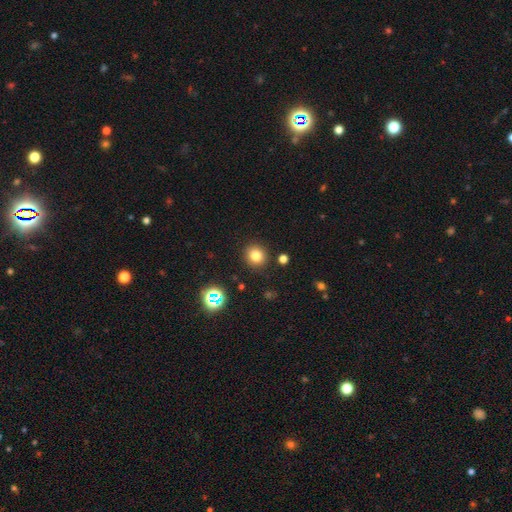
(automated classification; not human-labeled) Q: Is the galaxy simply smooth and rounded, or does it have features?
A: smooth — 78%.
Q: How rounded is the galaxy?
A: round — 88%.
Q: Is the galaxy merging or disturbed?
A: none — 89%.